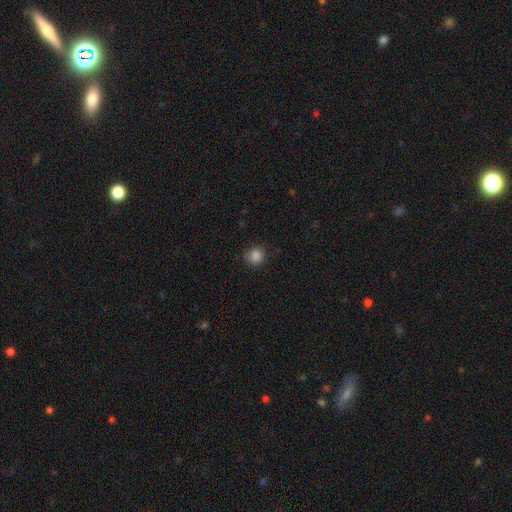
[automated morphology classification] Smooth or featured? smooth (85%)
How rounded? round (84%)
Merging? none (83%)